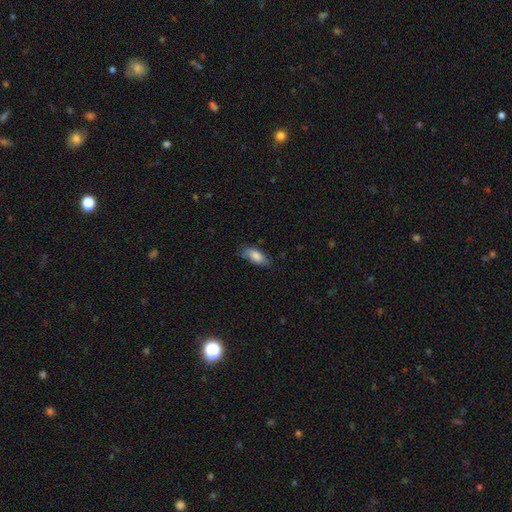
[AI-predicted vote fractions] The model was most divided on "merging": none: 77%, minor disturbance: 19%, major disturbance: 4%, merger: 1%. More confident: smooth or featured — smooth (83%); how rounded — in between (81%).